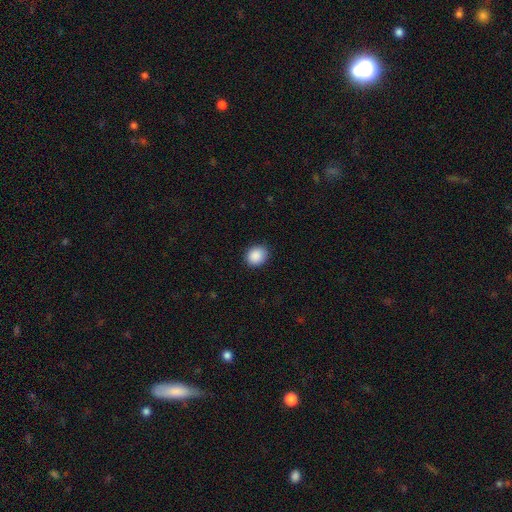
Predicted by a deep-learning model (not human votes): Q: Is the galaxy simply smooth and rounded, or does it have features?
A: smooth — 89%.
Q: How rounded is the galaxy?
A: round — 63%.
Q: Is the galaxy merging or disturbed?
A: none — 88%.